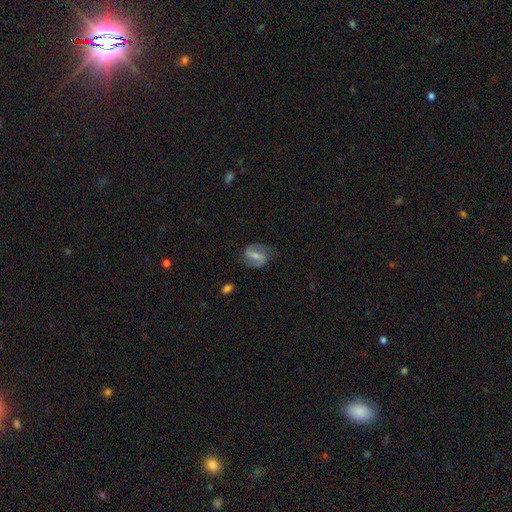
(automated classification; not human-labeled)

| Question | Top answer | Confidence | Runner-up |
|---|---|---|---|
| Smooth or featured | featured or disk | 68% | smooth (25%) |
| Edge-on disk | no | 95% | yes (5%) |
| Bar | strong | 51% | weak (36%) |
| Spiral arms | yes | 86% | no (14%) |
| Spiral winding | medium | 44% | loose (35%) |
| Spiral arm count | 2 | 87% | can't tell (7%) |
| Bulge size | small | 46% | moderate (44%) |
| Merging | none | 72% | minor disturbance (18%) |